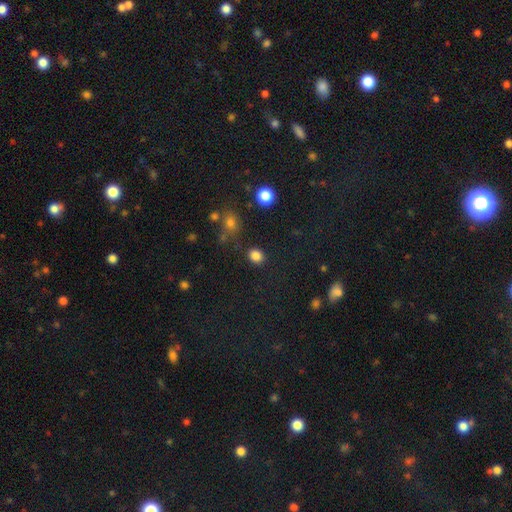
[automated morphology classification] A smooth galaxy with no disk features (84%) that is round (61%).

Vote fractions:
- Smooth or featured? smooth: 84% / star or artifact: 12% / featured or disk: 4%
- How rounded? round: 61% / in between: 38% / cigar-shaped: 1%
- Merging? none: 85% / minor disturbance: 9% / major disturbance: 3% / merger: 3%